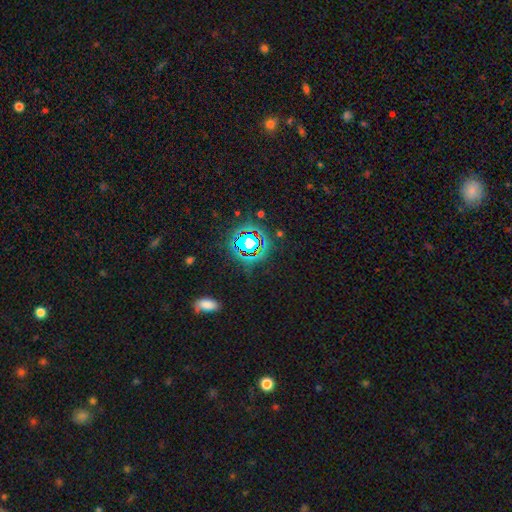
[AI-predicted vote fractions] Smooth or featured?
  - star or artifact: 76% *
  - smooth: 15%
  - featured or disk: 9%